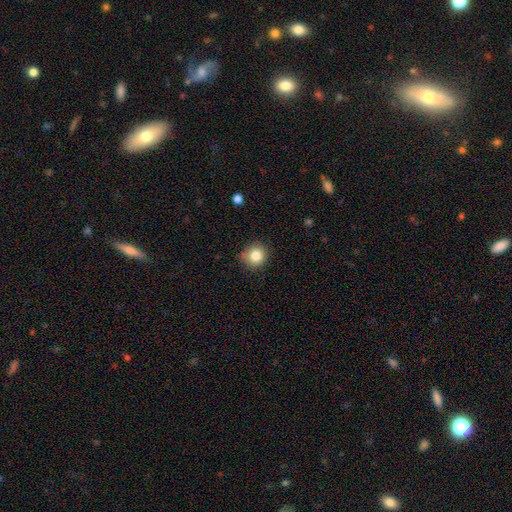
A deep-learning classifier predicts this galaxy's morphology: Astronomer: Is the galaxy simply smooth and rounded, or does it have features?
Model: smooth — 83%.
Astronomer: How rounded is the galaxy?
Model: round — 89%.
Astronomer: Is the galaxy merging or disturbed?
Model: none — 81%.